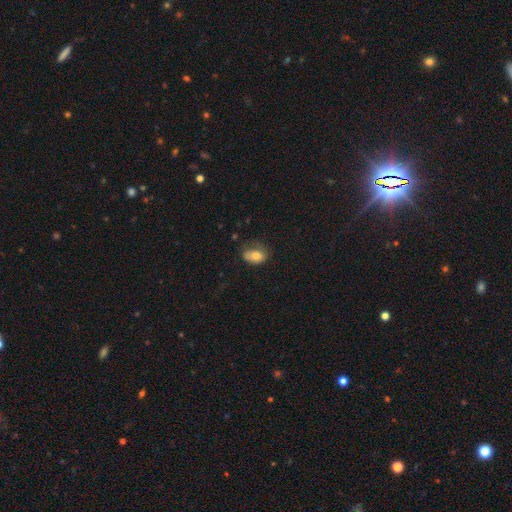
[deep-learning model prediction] smooth-or-featured: smooth: 74% | featured or disk: 18% | star or artifact: 9%
  how-rounded: in between: 78% | round: 21% | cigar-shaped: 1%
  merging: none: 41% | minor disturbance: 36% | major disturbance: 20% | merger: 3%